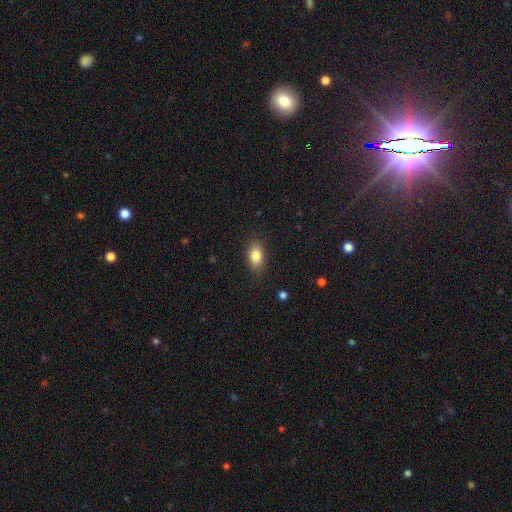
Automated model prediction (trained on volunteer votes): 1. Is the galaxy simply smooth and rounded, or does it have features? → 84% smooth, 8% star or artifact, 8% featured or disk.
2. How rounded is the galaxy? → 86% in between, 10% round, 3% cigar-shaped.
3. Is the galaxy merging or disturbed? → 85% none, 11% minor disturbance, 3% major disturbance, 1% merger.